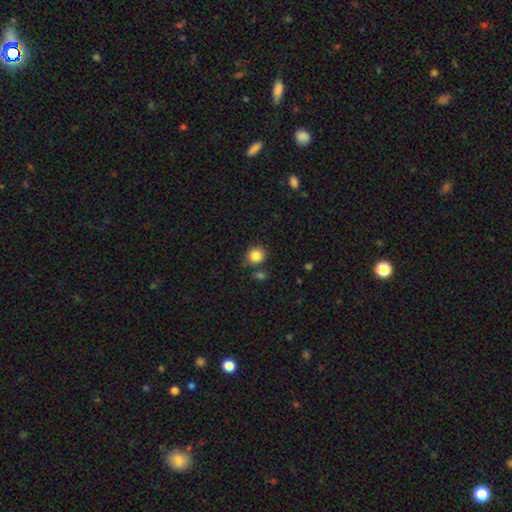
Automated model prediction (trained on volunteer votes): Smooth or featured? smooth (85%)
How rounded? round (75%)
Merging? none (73%)